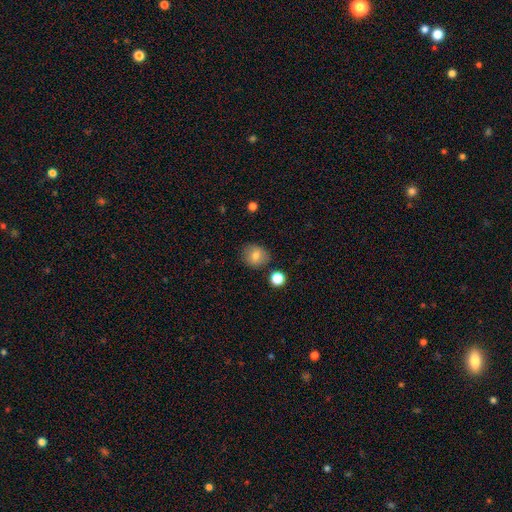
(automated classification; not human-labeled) Q: Smooth or featured?
A: smooth (79%); runner-up: featured or disk (11%)
Q: How rounded?
A: round (72%); runner-up: in between (27%)
Q: Merging?
A: none (83%); runner-up: minor disturbance (11%)